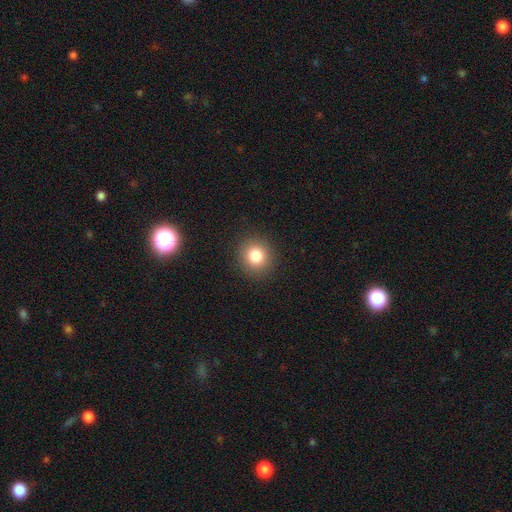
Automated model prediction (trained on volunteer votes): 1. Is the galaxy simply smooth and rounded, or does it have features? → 82% smooth, 11% star or artifact, 7% featured or disk.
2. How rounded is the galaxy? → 88% round, 11% in between, 1% cigar-shaped.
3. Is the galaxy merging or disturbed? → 90% none, 6% minor disturbance, 2% major disturbance, 1% merger.